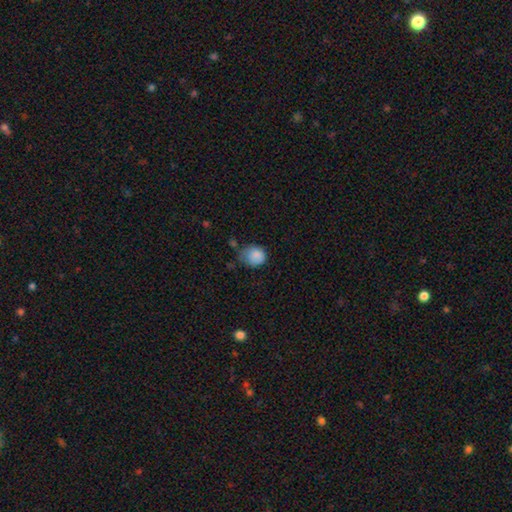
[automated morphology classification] smooth 84%, star or artifact 8%, featured or disk 8%. Down the decision tree: how rounded — round (71%); merging — none (42%).